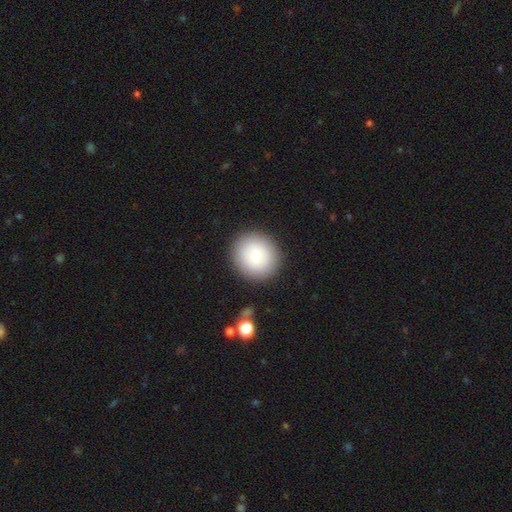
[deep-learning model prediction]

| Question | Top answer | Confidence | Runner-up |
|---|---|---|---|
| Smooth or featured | smooth | 72% | featured or disk (18%) |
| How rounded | round | 91% | in between (8%) |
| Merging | none | 89% | minor disturbance (7%) |